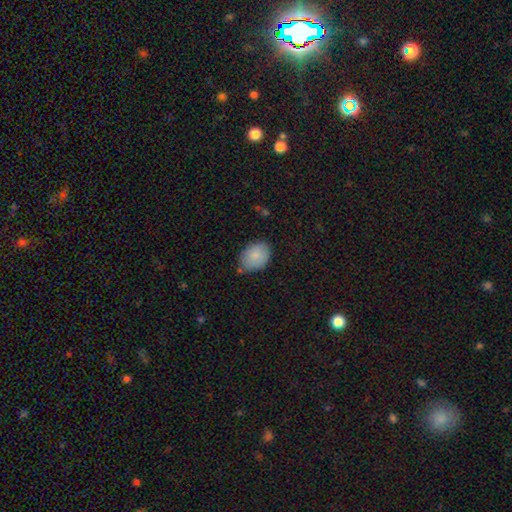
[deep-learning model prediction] A smooth galaxy with no disk features (86%) that is in between round and cigar-shaped (75%). Merging: none (73%).